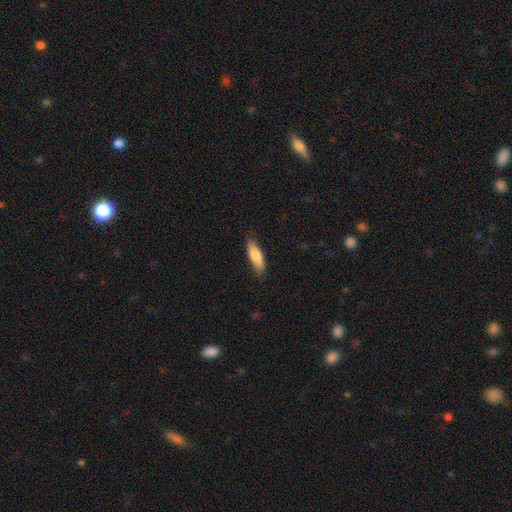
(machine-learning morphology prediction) The model was most divided on "how rounded": in between: 54%, cigar-shaped: 44%, round: 2%. More confident: smooth or featured — smooth (84%); merging — none (83%).